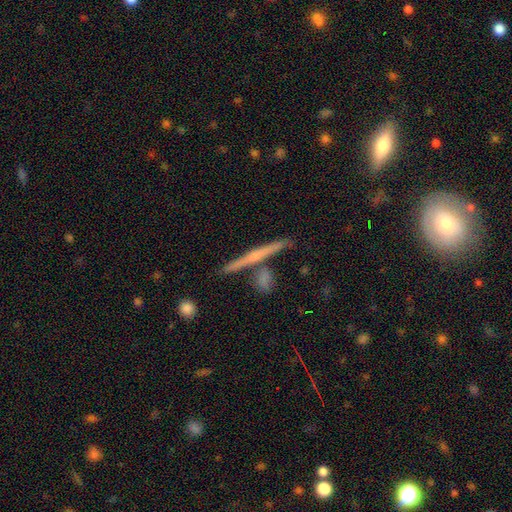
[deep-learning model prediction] This is likely a featured or disk galaxy (64%). It is clearly viewed edge-on (97%). Edge-on bulge: possibly none (47%). Merging: clearly none (82%).